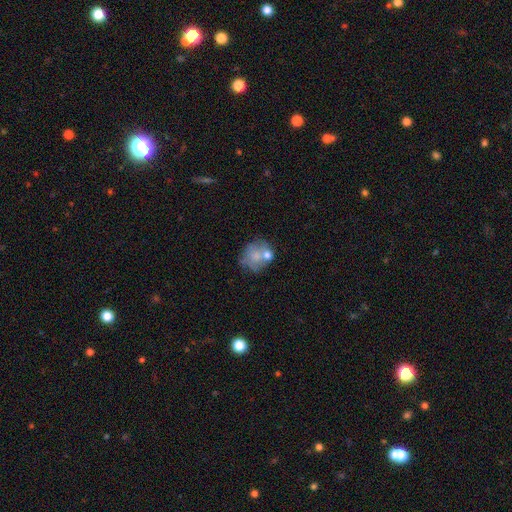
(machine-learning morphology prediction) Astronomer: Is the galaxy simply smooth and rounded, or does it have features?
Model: smooth — 60%.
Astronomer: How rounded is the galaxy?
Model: round — 73%.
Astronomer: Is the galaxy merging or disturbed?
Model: none — 46% (runner-up: merger, 26%).